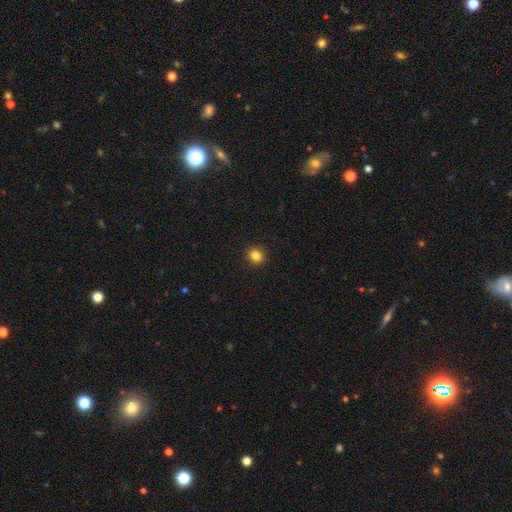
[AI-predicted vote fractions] Smooth or featured? Predicted: smooth (p=0.84). How rounded? Predicted: round (p=0.80). Merging? Predicted: none (p=0.92).